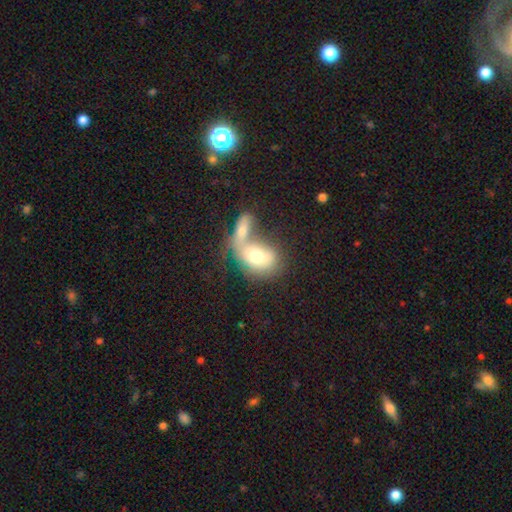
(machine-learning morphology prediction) Smooth or featured? smooth (67%)
How rounded? in between (78%)
Merging? merger (65%)